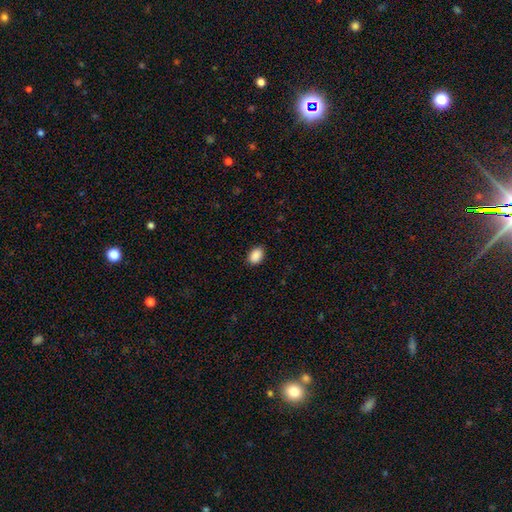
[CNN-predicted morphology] smooth 90%, star or artifact 8%, featured or disk 2%. Down the decision tree: how rounded — in between (81%); merging — none (89%).